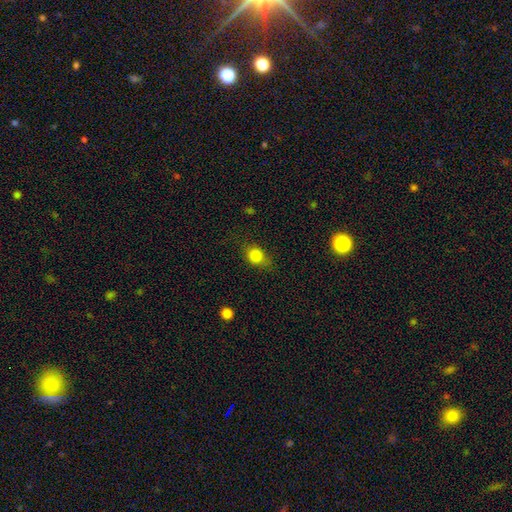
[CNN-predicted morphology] Smooth or featured: smooth — 82% (star or artifact — 10%)
How rounded: round — 55% (in between — 42%)
Merging: none — 72% (minor disturbance — 20%)